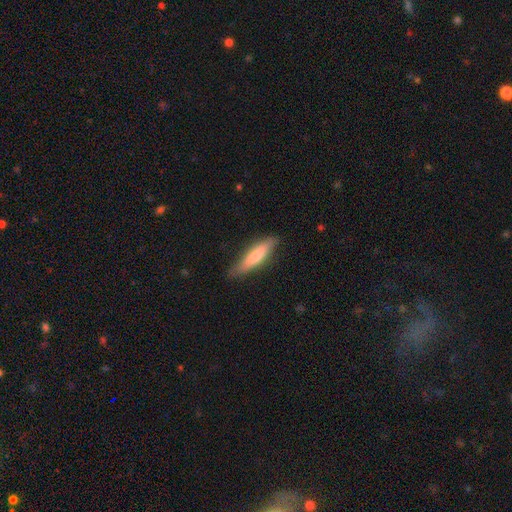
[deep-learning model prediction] A smooth galaxy with no disk features (69%) that is cigar-shaped (78%). Merging: none (79%).